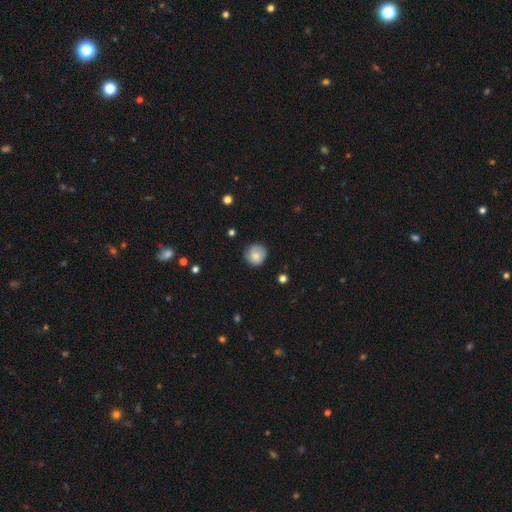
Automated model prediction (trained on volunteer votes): The model was most divided on "merging": none: 77%, minor disturbance: 18%, major disturbance: 4%, merger: 1%. More confident: how rounded — round (91%); smooth or featured — smooth (77%).